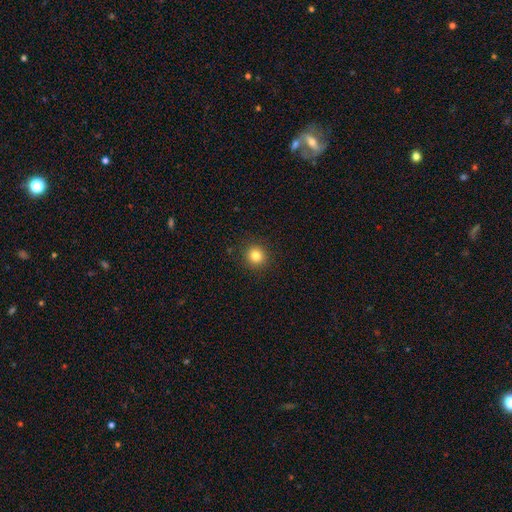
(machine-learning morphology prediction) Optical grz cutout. It shows a smooth galaxy with no disk features (82%) that is round (94%). Merging: none (92%).